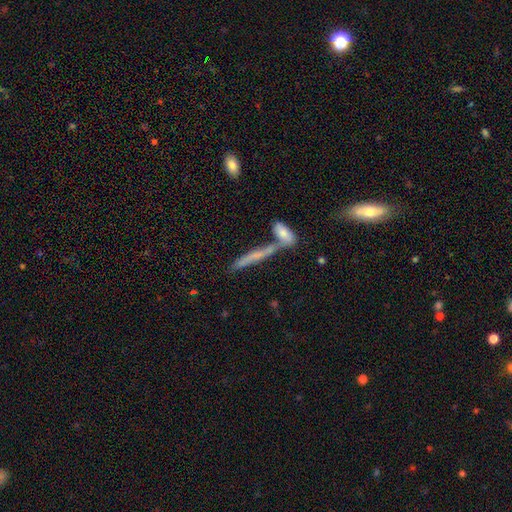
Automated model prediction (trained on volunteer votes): Smooth or featured: smooth — 48% (featured or disk — 41%)
Merging: none — 52% (merger — 32%)